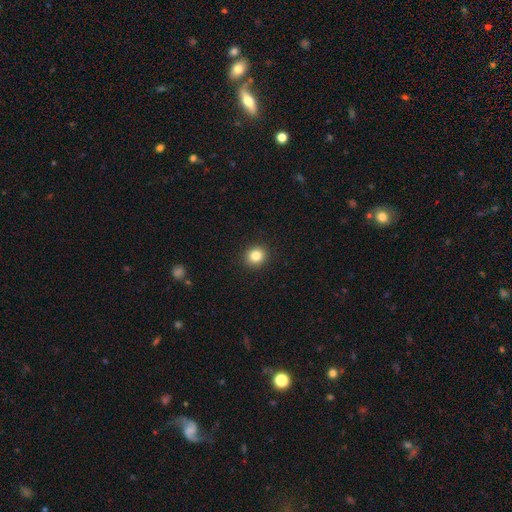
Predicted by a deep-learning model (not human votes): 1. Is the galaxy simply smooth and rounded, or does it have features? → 84% smooth, 11% star or artifact, 6% featured or disk.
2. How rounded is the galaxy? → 86% round, 13% in between, 1% cigar-shaped.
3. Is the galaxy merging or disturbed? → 92% none, 5% minor disturbance, 2% major disturbance, 1% merger.